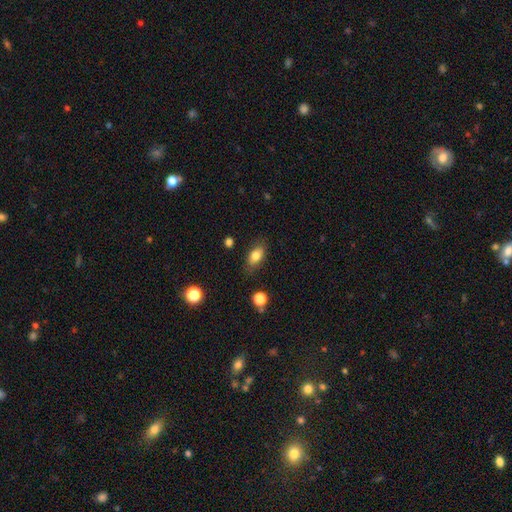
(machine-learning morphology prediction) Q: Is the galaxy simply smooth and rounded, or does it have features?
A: smooth — 80%.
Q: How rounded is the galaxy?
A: in between — 85%.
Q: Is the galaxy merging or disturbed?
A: none — 81%.